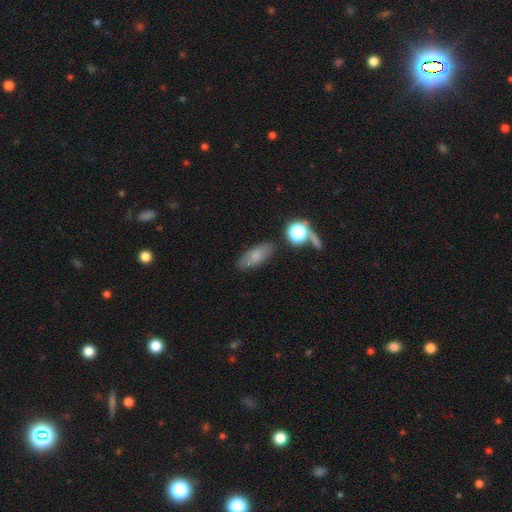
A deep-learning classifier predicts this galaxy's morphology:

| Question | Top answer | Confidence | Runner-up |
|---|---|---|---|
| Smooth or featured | smooth | 75% | featured or disk (14%) |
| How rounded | in between | 81% | cigar-shaped (14%) |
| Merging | none | 80% | minor disturbance (12%) |